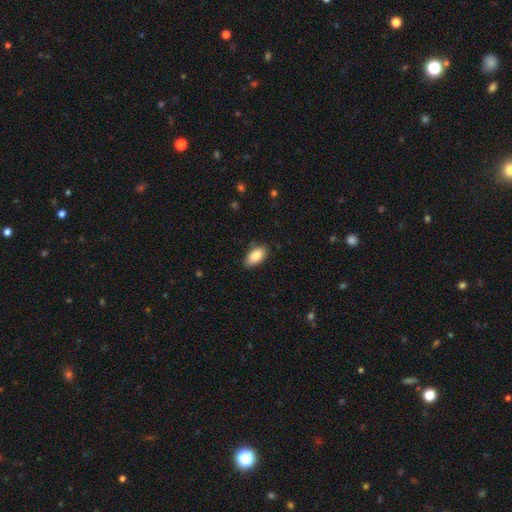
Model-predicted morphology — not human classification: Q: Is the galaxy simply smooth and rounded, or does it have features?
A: smooth — 87%.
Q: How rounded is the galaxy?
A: in between — 93%.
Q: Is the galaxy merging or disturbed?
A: none — 84%.